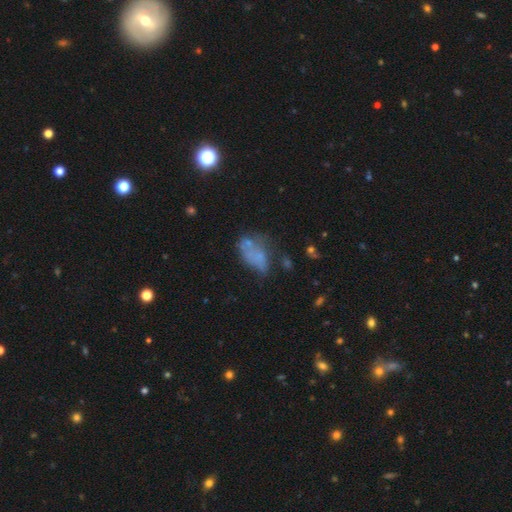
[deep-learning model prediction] Morphology: type=smooth (48%); merging=none (31%).